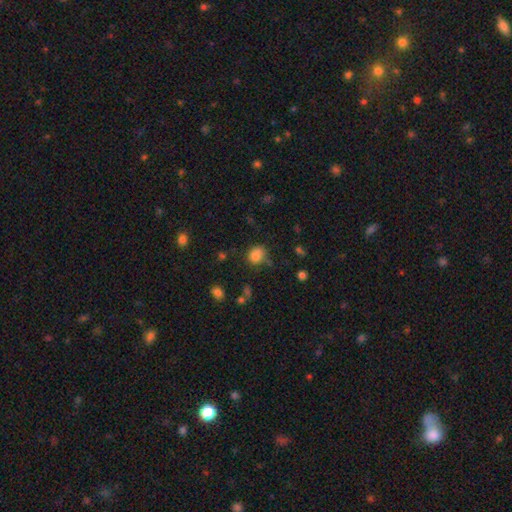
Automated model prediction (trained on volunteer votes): smooth_or_featured: smooth (p=0.81) [alt: star or artifact p=0.13]
how_rounded: round (p=0.66) [alt: in between p=0.33]
merging: none (p=0.64) [alt: minor disturbance p=0.22]